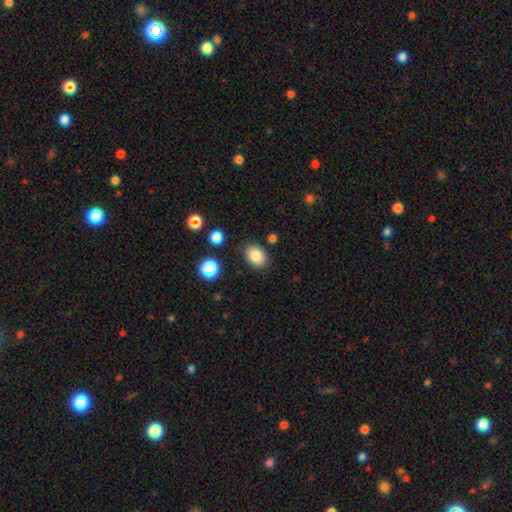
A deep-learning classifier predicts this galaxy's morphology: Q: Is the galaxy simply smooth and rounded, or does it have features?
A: smooth — 84%.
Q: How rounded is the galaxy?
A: in between — 74%.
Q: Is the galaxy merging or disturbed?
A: none — 84%.